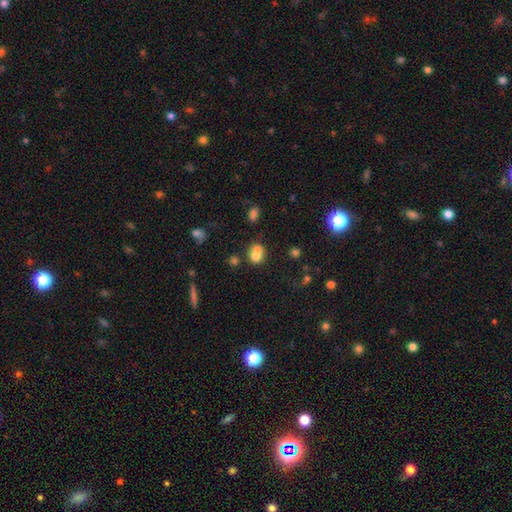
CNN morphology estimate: Q: Smooth or featured?
A: smooth (71%); runner-up: featured or disk (15%)
Q: How rounded?
A: round (70%); runner-up: in between (29%)
Q: Merging?
A: merger (53%); runner-up: none (32%)